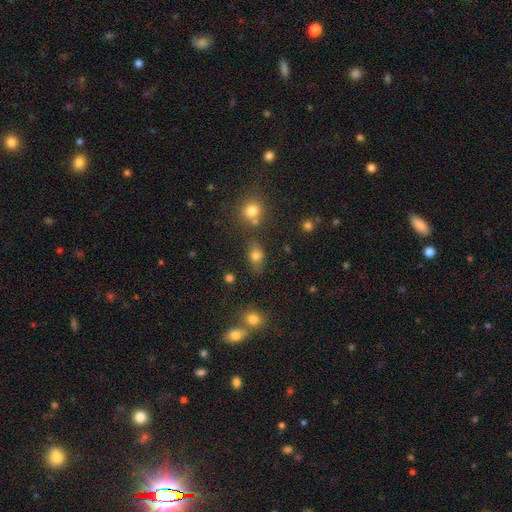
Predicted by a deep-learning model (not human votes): The model was most divided on "how rounded": in between: 72%, round: 24%, cigar-shaped: 4%. More confident: smooth or featured — smooth (76%); merging — none (69%).